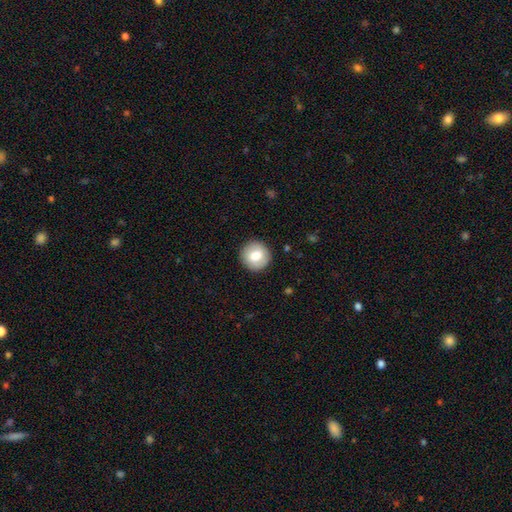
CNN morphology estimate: The model was most divided on "smooth or featured": smooth: 79%, featured or disk: 14%, star or artifact: 7%. More confident: how rounded — round (94%); merging — none (91%).